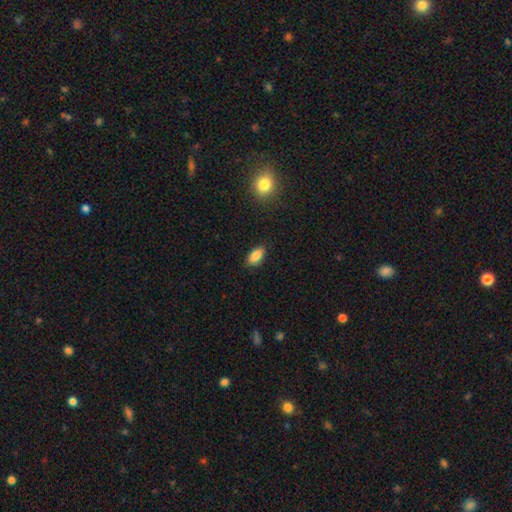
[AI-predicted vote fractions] Smooth or featured? smooth (87%)
How rounded? in between (90%)
Merging? none (86%)